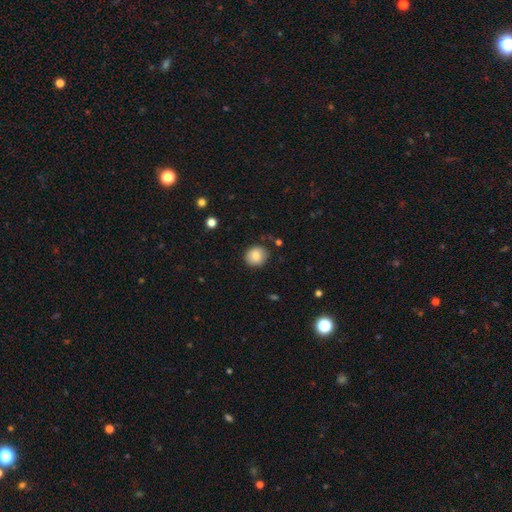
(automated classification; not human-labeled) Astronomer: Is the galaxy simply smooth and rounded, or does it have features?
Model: smooth — 84%.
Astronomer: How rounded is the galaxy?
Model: round — 83%.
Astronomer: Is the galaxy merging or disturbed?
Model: none — 85%.